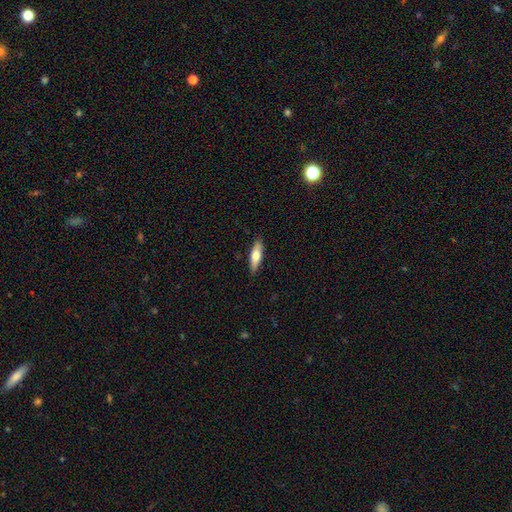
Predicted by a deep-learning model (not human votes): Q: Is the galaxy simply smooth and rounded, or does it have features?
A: smooth — 60%.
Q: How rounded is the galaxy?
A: cigar-shaped — 60%.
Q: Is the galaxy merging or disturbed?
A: none — 87%.